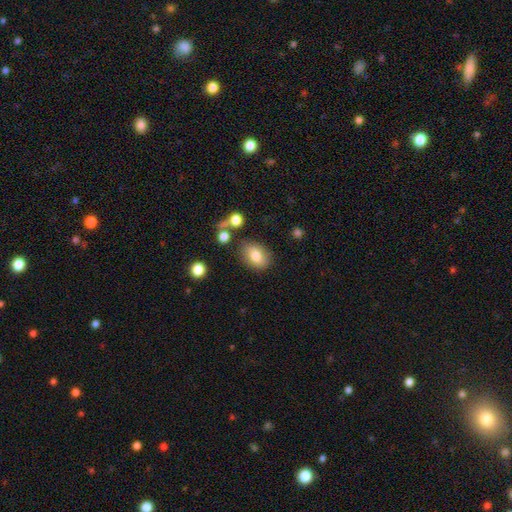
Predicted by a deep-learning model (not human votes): Morphology: type=smooth (78%); roundness=in between (77%); merging=none (78%).